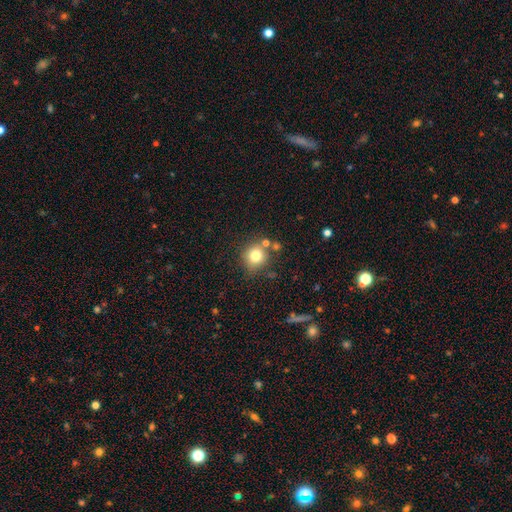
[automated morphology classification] A smooth galaxy with no disk features (78%) that is round (88%).

Vote fractions:
- Smooth or featured? smooth: 78% / star or artifact: 13% / featured or disk: 10%
- How rounded? round: 88% / in between: 11% / cigar-shaped: 1%
- Merging? none: 73% / minor disturbance: 12% / merger: 11% / major disturbance: 4%